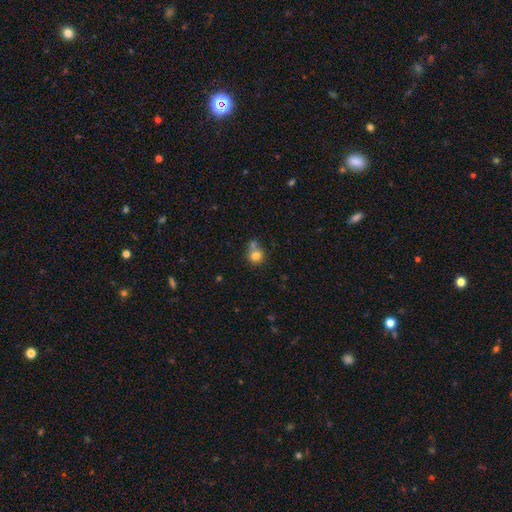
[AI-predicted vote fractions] Q: Smooth or featured?
A: smooth (77%); runner-up: star or artifact (12%)
Q: How rounded?
A: round (83%); runner-up: in between (16%)
Q: Merging?
A: none (46%); runner-up: merger (38%)